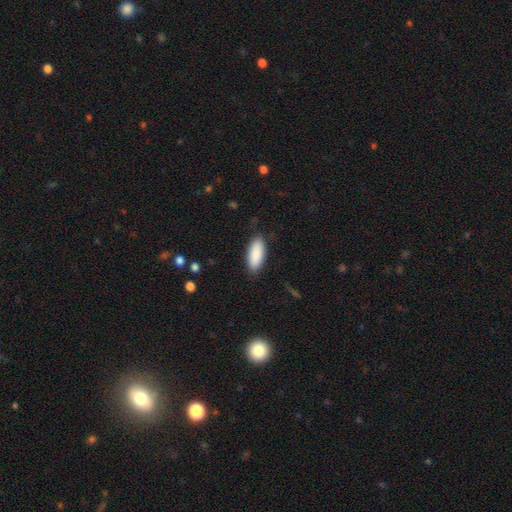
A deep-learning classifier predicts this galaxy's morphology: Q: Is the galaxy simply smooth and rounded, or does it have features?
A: smooth — 90%.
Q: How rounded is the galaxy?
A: in between — 82%.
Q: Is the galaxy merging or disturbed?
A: none — 86%.